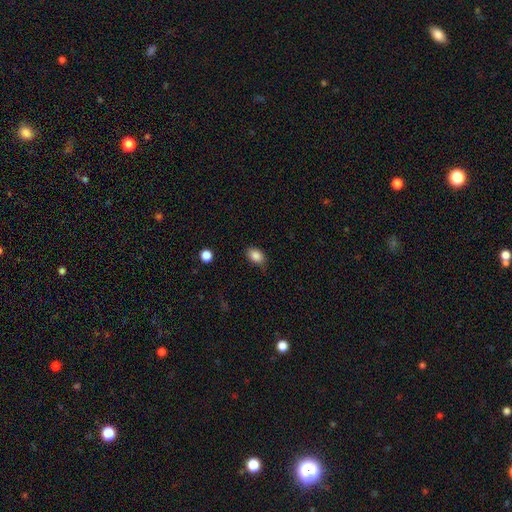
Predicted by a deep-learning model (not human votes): Overall: smooth (86%). How rounded: in between (80%). Merging: none (72%).